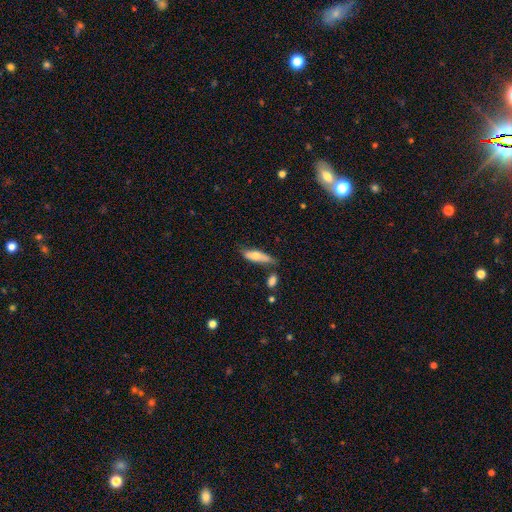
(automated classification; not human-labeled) Morphology: type=smooth (69%); roundness=cigar-shaped (55%); merging=none (54%).